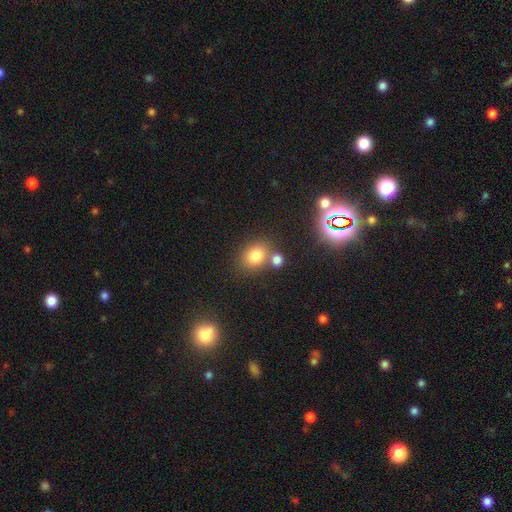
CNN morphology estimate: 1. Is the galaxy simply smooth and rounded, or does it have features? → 79% smooth, 13% star or artifact, 8% featured or disk.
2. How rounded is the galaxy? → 54% round, 45% in between, 1% cigar-shaped.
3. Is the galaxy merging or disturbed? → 61% none, 24% merger, 11% minor disturbance, 4% major disturbance.